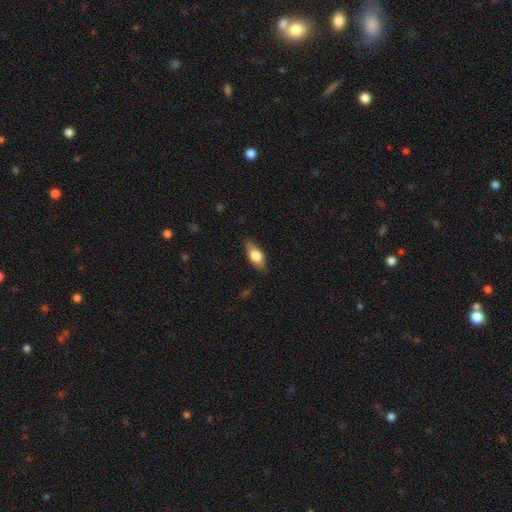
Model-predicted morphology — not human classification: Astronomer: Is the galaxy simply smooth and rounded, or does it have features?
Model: smooth — 65%.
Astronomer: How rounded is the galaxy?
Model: in between — 78%.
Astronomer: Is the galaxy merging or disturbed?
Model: none — 84%.